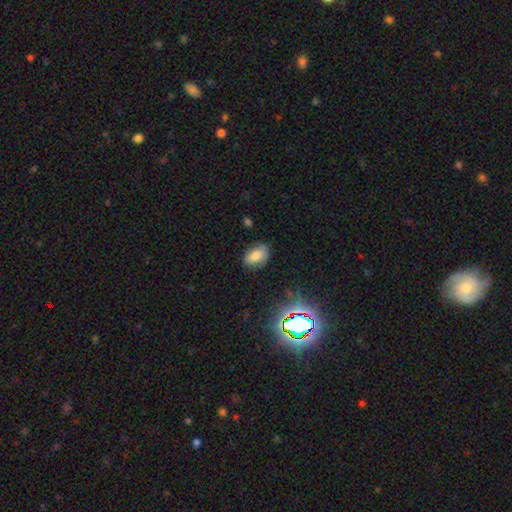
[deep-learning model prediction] Smooth or featured: smooth — 79% (star or artifact — 12%)
How rounded: in between — 90% (round — 8%)
Merging: none — 77% (minor disturbance — 18%)